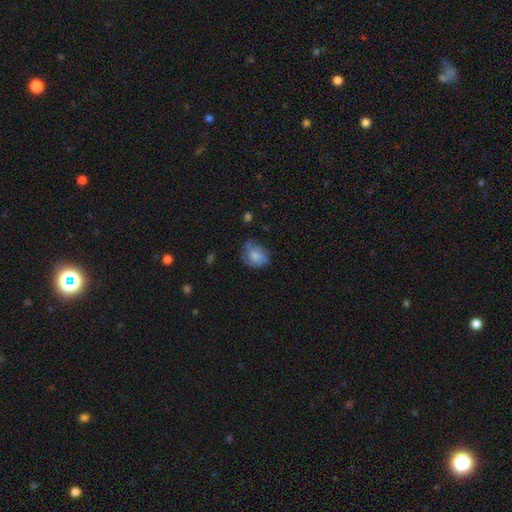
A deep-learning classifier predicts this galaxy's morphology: Smooth or featured? Predicted: smooth (p=0.70). How rounded? Predicted: round (p=0.56). Merging? Predicted: none (p=0.57).